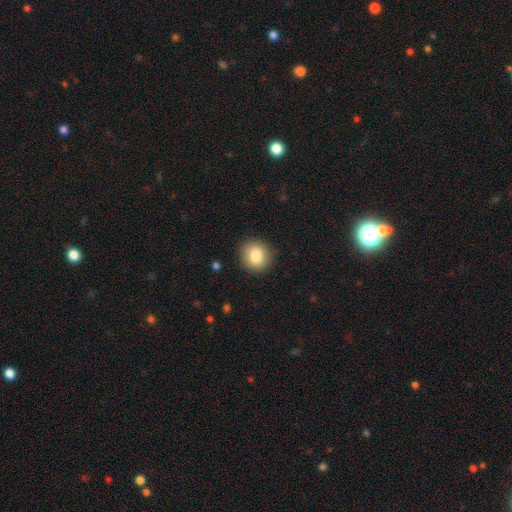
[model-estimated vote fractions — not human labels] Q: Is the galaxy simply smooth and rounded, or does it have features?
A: smooth — 84%.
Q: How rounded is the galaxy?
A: round — 84%.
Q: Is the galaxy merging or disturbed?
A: none — 90%.